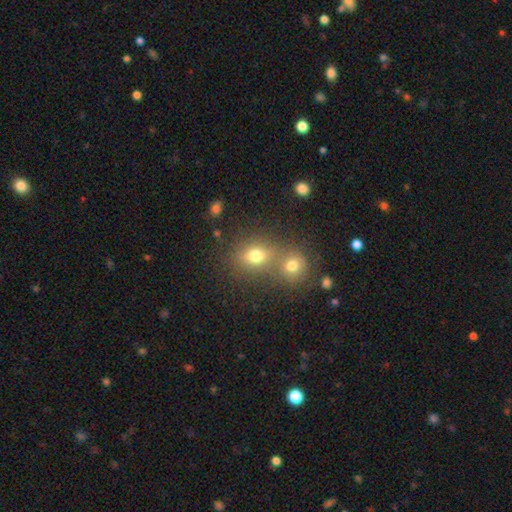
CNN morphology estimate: Smooth or featured: smooth — 74% (star or artifact — 16%)
How rounded: round — 59% (in between — 39%)
Merging: merger — 48% (none — 41%)